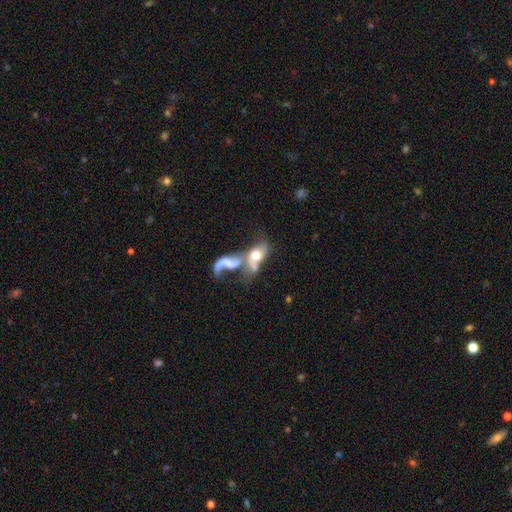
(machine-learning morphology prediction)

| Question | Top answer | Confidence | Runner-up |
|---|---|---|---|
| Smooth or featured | featured or disk | 54% | smooth (37%) |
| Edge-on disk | no | 91% | yes (9%) |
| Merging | merger | 71% | major disturbance (12%) |